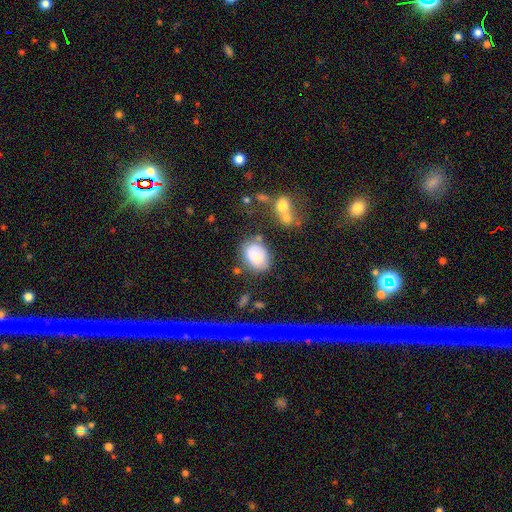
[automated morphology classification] Overall: smooth (74%). How rounded: in between (64%; round 35%). Merging: none (63%).